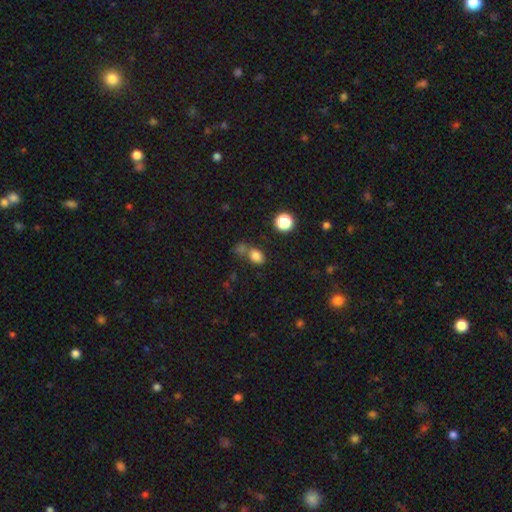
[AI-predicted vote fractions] Smooth or featured?
  - smooth: 78% *
  - star or artifact: 15%
  - featured or disk: 7%
How rounded?
  - in between: 67% *
  - round: 31%
  - cigar-shaped: 2%
Merging?
  - none: 51% *
  - merger: 28%
  - minor disturbance: 14%
  - major disturbance: 7%